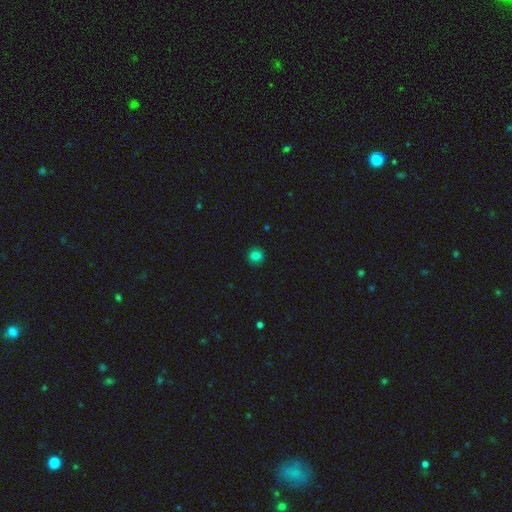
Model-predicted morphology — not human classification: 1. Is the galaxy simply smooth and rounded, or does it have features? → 81% smooth, 14% star or artifact, 5% featured or disk.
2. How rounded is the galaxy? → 91% round, 8% in between, 1% cigar-shaped.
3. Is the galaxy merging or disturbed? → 91% none, 7% minor disturbance, 2% major disturbance, 1% merger.